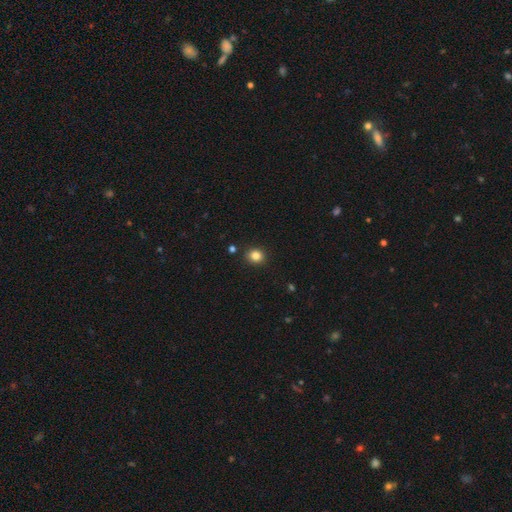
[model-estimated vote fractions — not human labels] This appears to be a smooth galaxy with no disk features (84%) that is round (75%). Merging: none (89%).